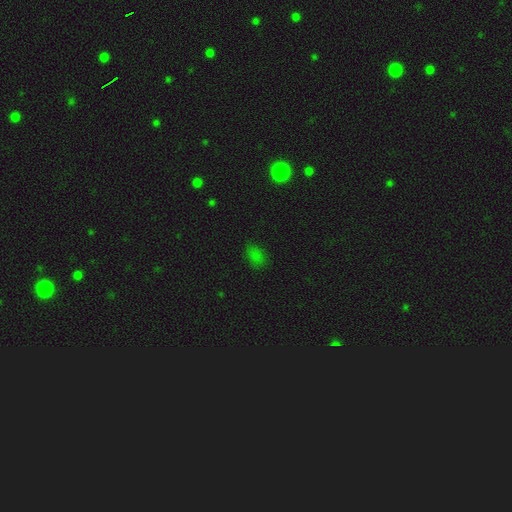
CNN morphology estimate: Smooth or featured?
  - smooth: 72% *
  - star or artifact: 23%
  - featured or disk: 5%
How rounded?
  - in between: 77% *
  - round: 20%
  - cigar-shaped: 2%
Merging?
  - none: 75% *
  - minor disturbance: 18%
  - major disturbance: 5%
  - merger: 2%